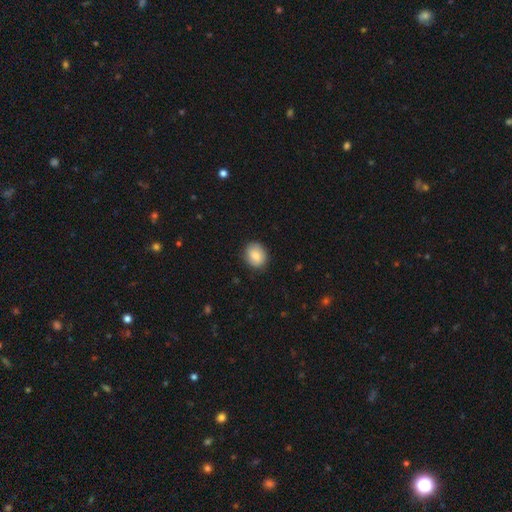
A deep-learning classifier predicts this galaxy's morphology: This is clearly a smooth galaxy (83%). How rounded: possibly round (57%). Merging: clearly none (86%).